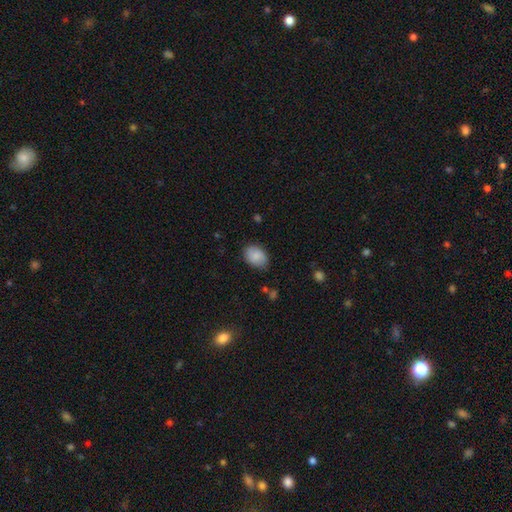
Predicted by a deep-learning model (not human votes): A smooth galaxy with no disk features (86%) that is in between round and cigar-shaped (80%). Merging: none (78%).